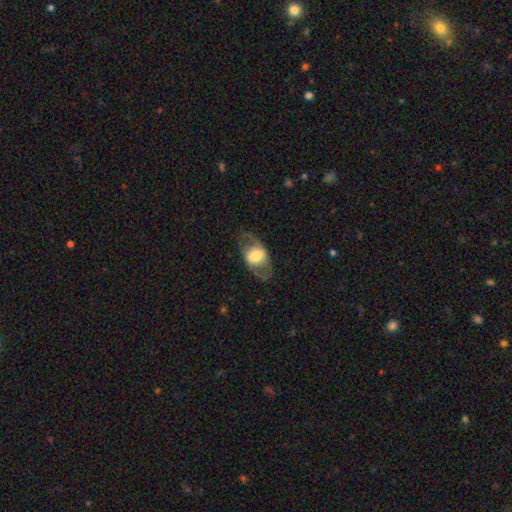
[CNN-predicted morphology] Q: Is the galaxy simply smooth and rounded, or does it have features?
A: featured or disk — 50%.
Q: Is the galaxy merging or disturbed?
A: none — 71%.